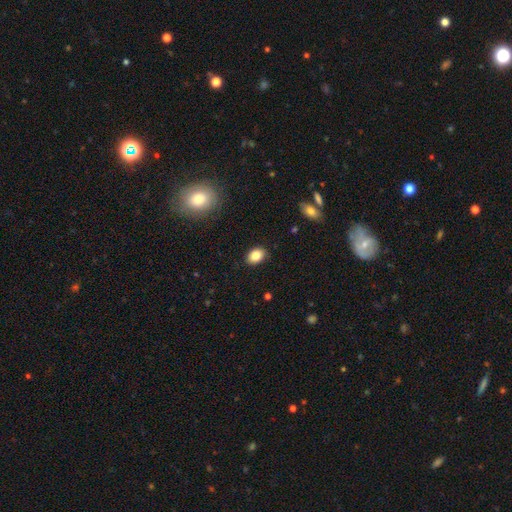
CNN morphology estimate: Overall: smooth (85%). How rounded: in between (76%). Merging: none (87%).